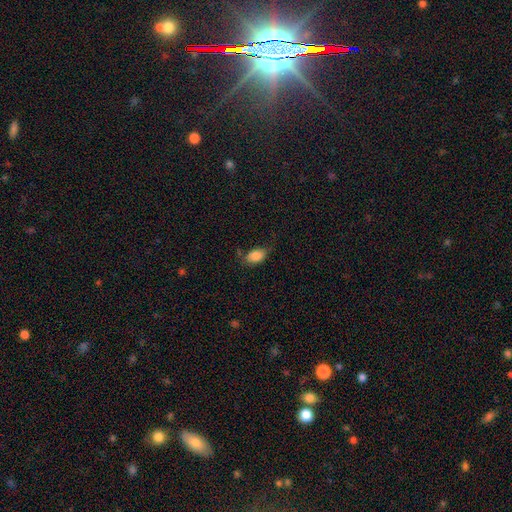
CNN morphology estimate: Q: Smooth or featured?
A: smooth (84%); runner-up: star or artifact (8%)
Q: How rounded?
A: in between (87%); runner-up: round (11%)
Q: Merging?
A: none (61%); runner-up: minor disturbance (28%)